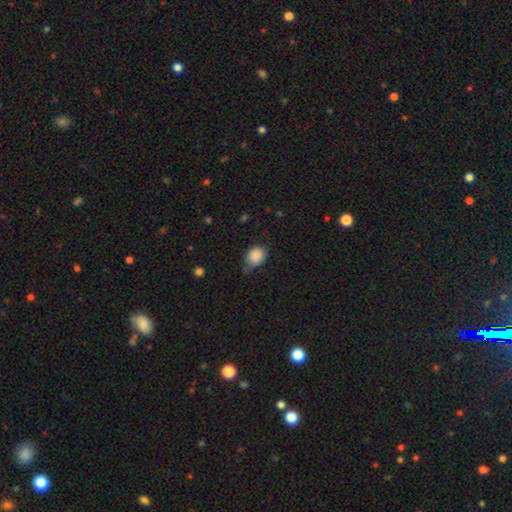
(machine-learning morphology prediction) Overall: smooth (86%). How rounded: round (52%; in between 47%). Merging: none (51%; minor disturbance 38%).